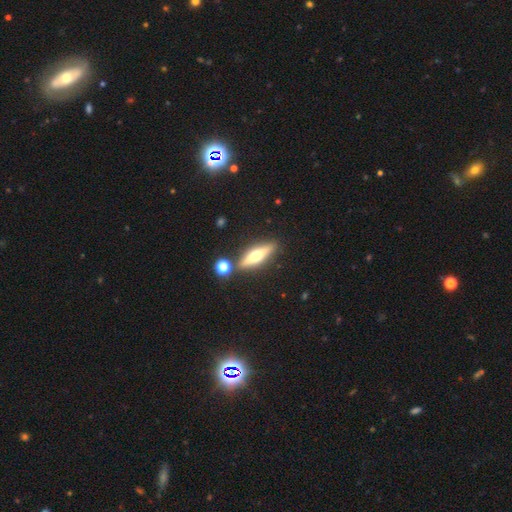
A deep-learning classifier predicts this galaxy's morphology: A featured or disk galaxy (56%) viewed edge-on (91%) with a rounded central bulge (94%).

Vote fractions:
- Smooth or featured? featured or disk: 56% / smooth: 37% / star or artifact: 7%
- Edge-on disk? yes: 91% / no: 9%
- Edge-on bulge? rounded: 94% / none: 3% / boxy: 3%
- Merging? none: 84% / minor disturbance: 8% / merger: 6% / major disturbance: 2%